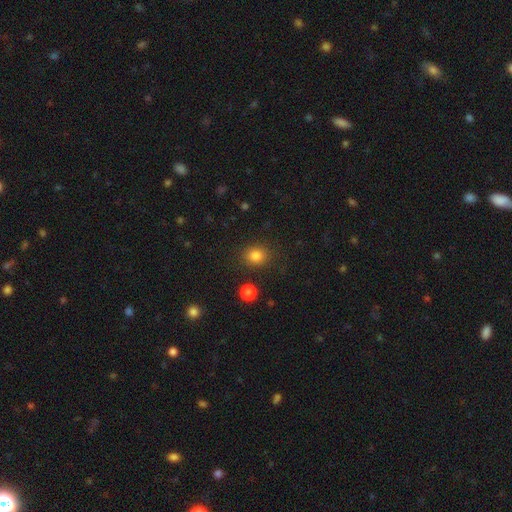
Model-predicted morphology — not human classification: This appears to be a smooth galaxy with no disk features (83%) that is round (69%). Merging: none (85%).